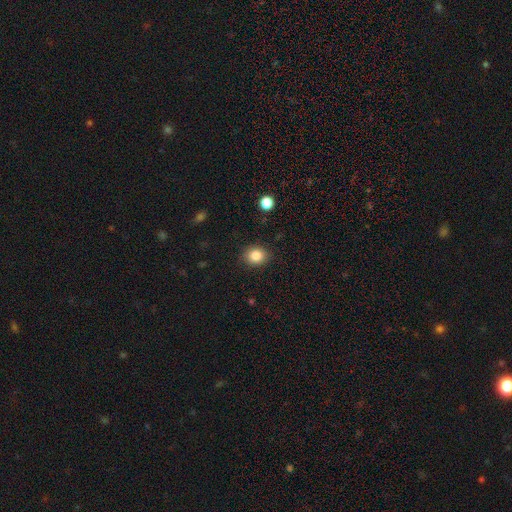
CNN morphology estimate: This appears to be a smooth galaxy with no disk features (84%) that is round (66%). Merging: none (89%).